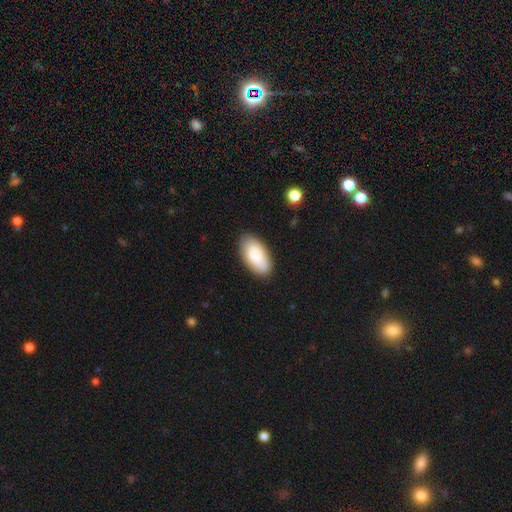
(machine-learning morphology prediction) smooth 84%, featured or disk 10%, star or artifact 6%. Down the decision tree: how rounded — in between (94%); merging — none (82%).